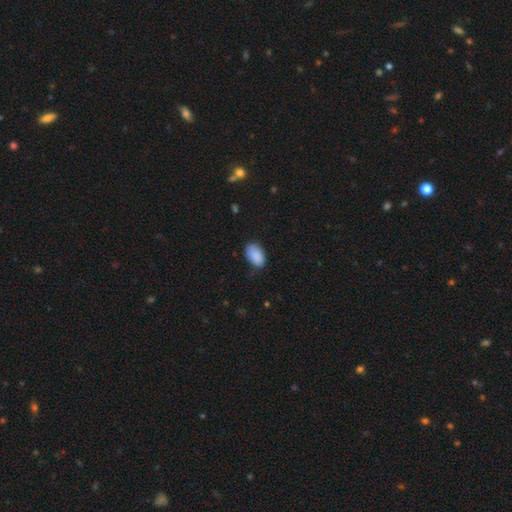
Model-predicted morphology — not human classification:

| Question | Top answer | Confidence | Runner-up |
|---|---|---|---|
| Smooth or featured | smooth | 88% | star or artifact (7%) |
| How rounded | in between | 92% | round (7%) |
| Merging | none | 72% | minor disturbance (23%) |